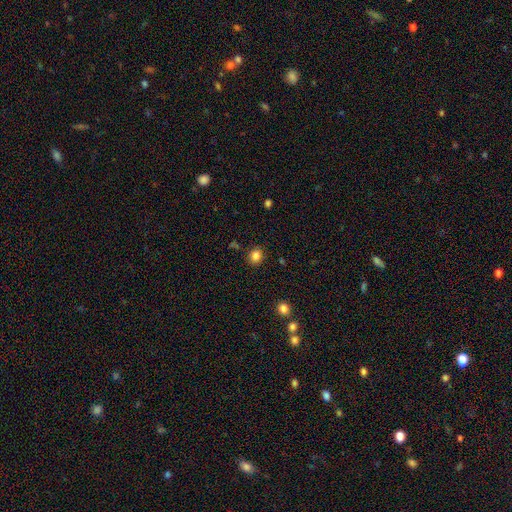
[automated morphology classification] Smooth or featured? smooth (84%)
How rounded? round (71%)
Merging? none (87%)